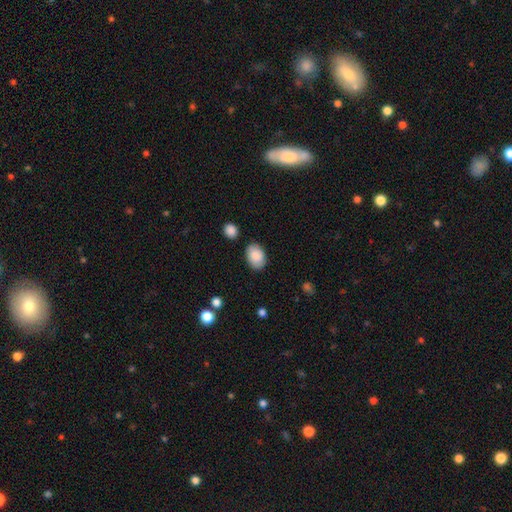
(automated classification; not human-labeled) This appears to be a smooth galaxy with no disk features (87%) that is in between round and cigar-shaped (83%). Merging: none (81%).